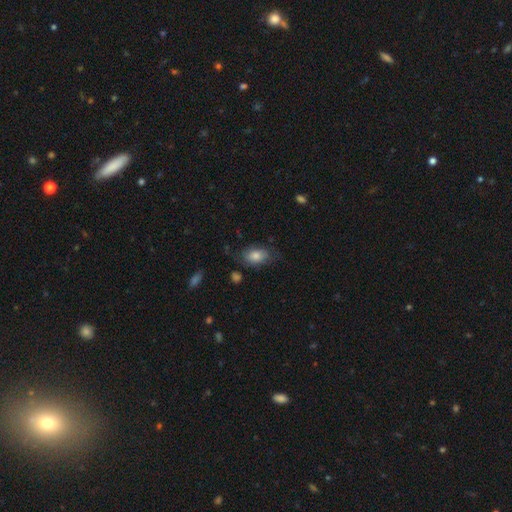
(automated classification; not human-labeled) Smooth or featured? Predicted: smooth (p=0.75). How rounded? Predicted: in between (p=0.87). Merging? Predicted: none (p=0.63).